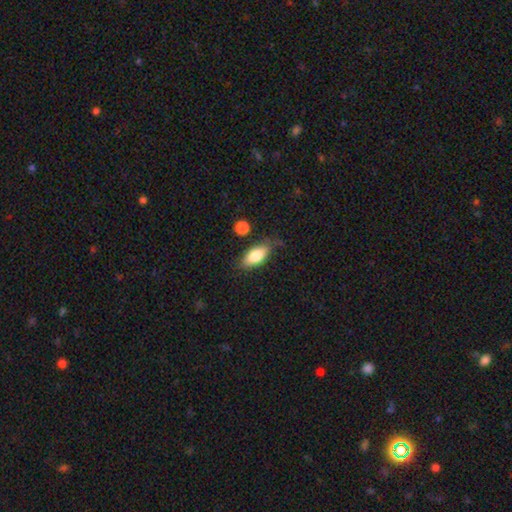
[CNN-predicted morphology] The model was most divided on "merging": none: 72%, minor disturbance: 19%, major disturbance: 4%, merger: 4%. More confident: how rounded — in between (85%); smooth or featured — smooth (78%).